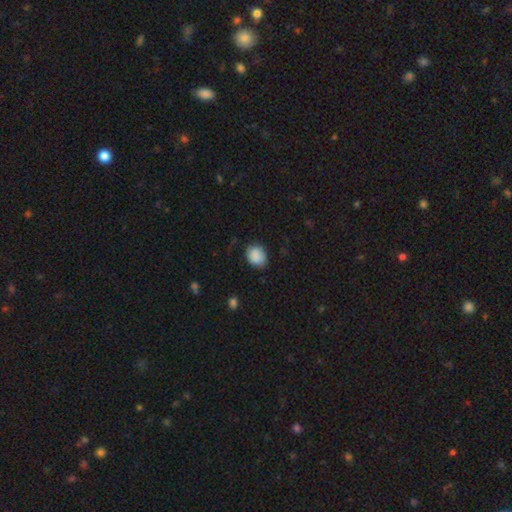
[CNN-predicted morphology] This is clearly a smooth galaxy (87%). How rounded: possibly round (57%). Merging: likely none (78%).